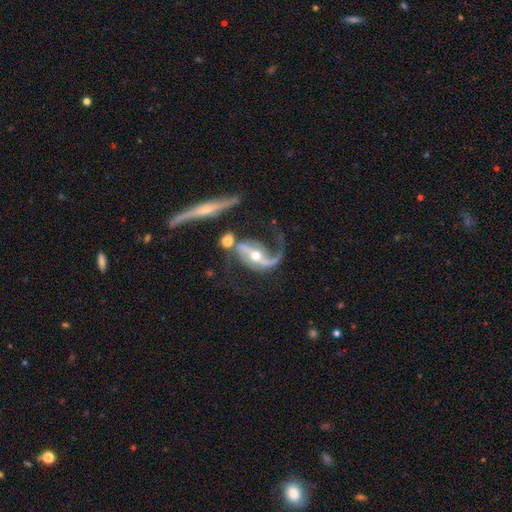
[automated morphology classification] The model was most divided on "bar": strong: 43%, weak: 30%, no: 27%. Remaining: spiral arms — yes (95%); edge-on disk — no (93%); smooth or featured — featured or disk (88%); spiral arm count — 2 (72%); bulge size — moderate (68%); spiral winding — loose (67%); merging — none (45%).